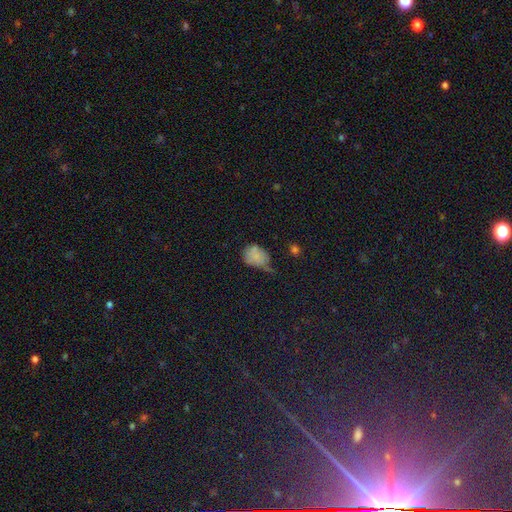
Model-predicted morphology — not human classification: Q: Smooth or featured?
A: smooth (71%); runner-up: star or artifact (15%)
Q: How rounded?
A: in between (63%); runner-up: round (35%)
Q: Merging?
A: minor disturbance (39%); runner-up: none (30%)